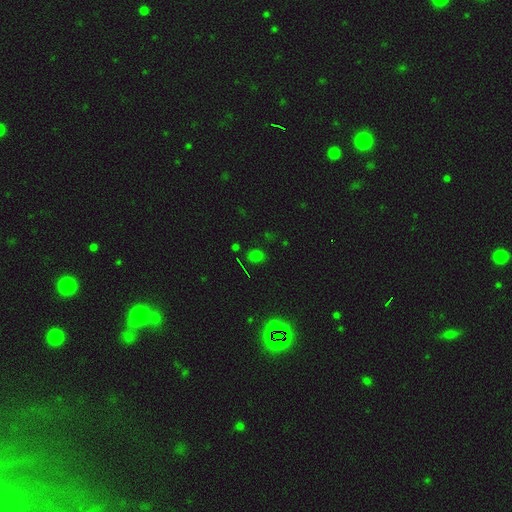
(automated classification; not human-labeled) The model was most divided on "how rounded": in between: 53%, round: 45%, cigar-shaped: 2%. More confident: merging — none (80%); smooth or featured — smooth (59%).